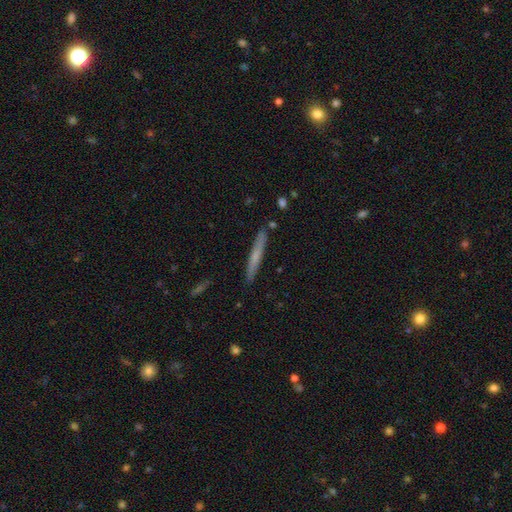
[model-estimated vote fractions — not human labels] This appears to be a smooth galaxy with no disk features (55%) that is cigar-shaped (96%). Merging: none (89%).